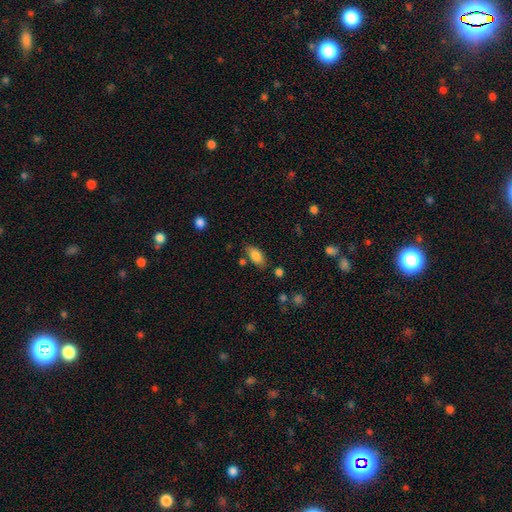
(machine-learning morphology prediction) Smooth or featured? smooth (84%)
How rounded? in between (90%)
Merging? none (76%)